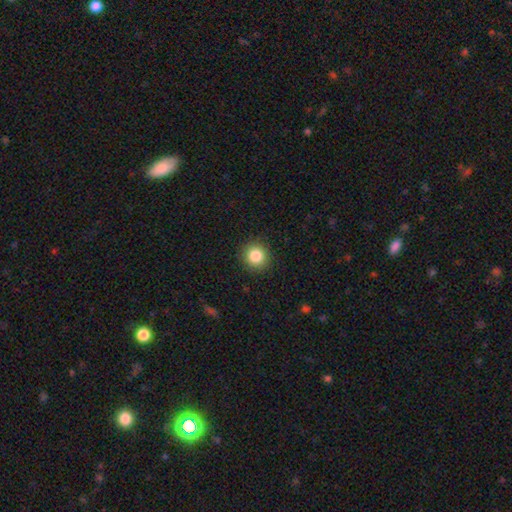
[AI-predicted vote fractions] A smooth galaxy with no disk features (84%) that is round (92%).

Vote fractions:
- Smooth or featured? smooth: 84% / star or artifact: 10% / featured or disk: 5%
- How rounded? round: 92% / in between: 7% / cigar-shaped: 1%
- Merging? none: 91% / minor disturbance: 6% / major disturbance: 2% / merger: 1%